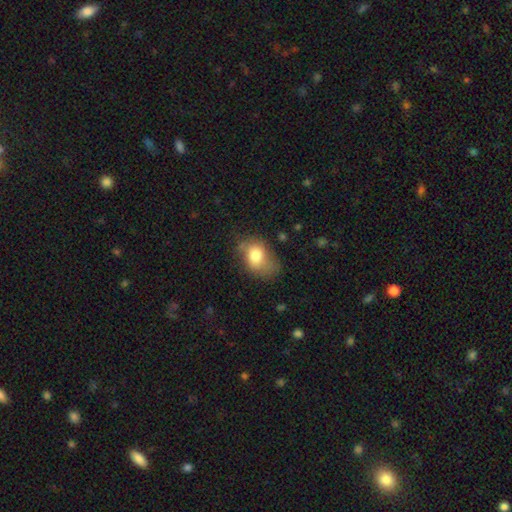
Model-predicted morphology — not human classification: Overall: smooth (76%). How rounded: in between (75%). Merging: none (42%; minor disturbance 35%).